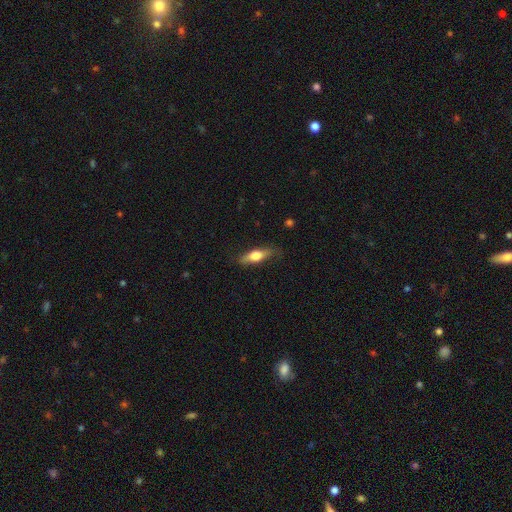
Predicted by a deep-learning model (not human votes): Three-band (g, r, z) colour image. It shows a smooth galaxy with no disk features (59%) that is cigar-shaped (51%). Merging: none (78%).